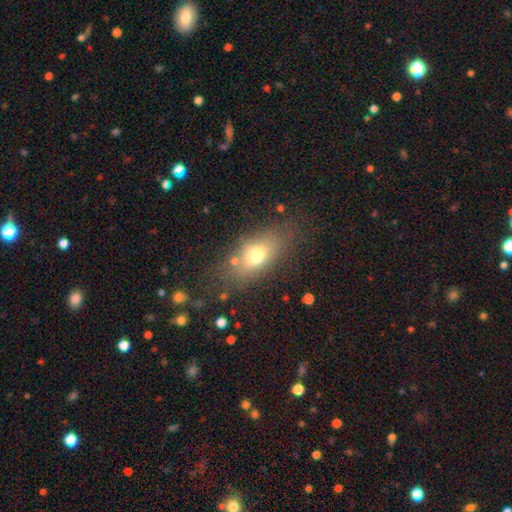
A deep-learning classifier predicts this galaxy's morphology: type=smooth (70%); roundness=in between (76%); merging=none (73%).